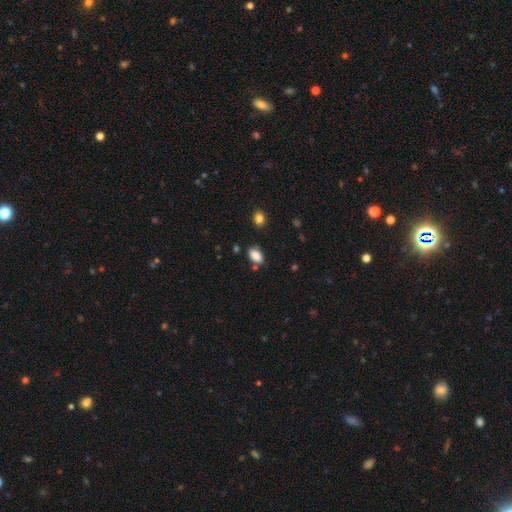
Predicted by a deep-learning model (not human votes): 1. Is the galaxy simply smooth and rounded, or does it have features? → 86% smooth, 9% star or artifact, 5% featured or disk.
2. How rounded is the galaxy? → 91% in between, 6% round, 3% cigar-shaped.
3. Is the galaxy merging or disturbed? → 75% none, 16% minor disturbance, 6% merger, 3% major disturbance.